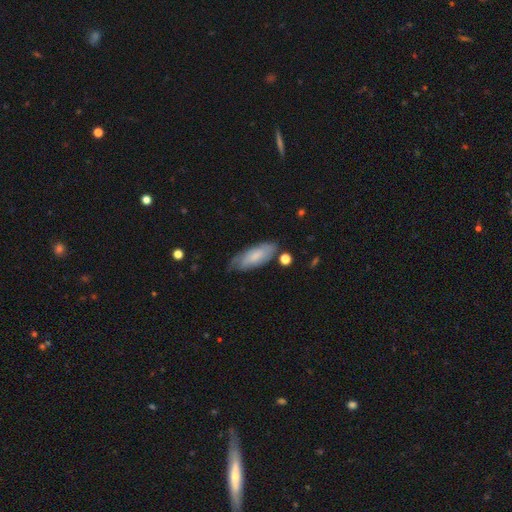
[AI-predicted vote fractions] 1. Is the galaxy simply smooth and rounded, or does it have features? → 61% smooth, 33% featured or disk, 7% star or artifact.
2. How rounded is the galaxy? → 73% in between, 25% cigar-shaped, 2% round.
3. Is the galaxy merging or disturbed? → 62% none, 28% minor disturbance, 7% major disturbance, 4% merger.